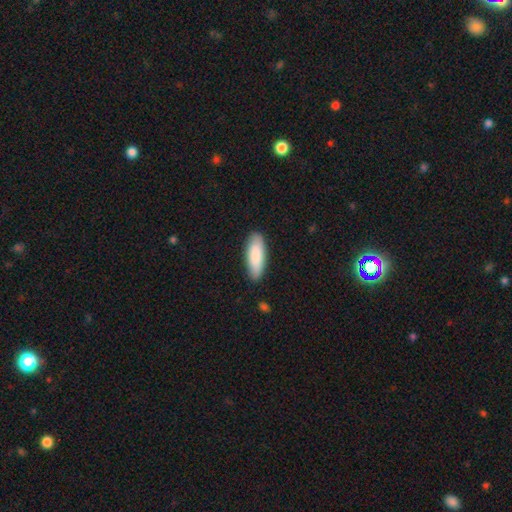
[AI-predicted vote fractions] Morphology: type=smooth (87%); roundness=in between (62%); merging=none (87%).